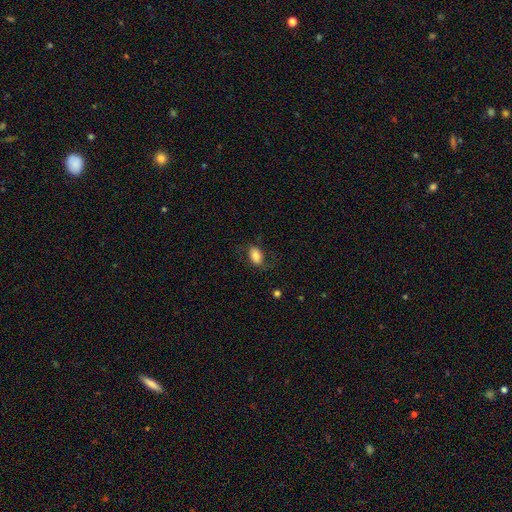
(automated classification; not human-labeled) Morphology: type=smooth (77%); roundness=in between (88%); merging=none (67%).